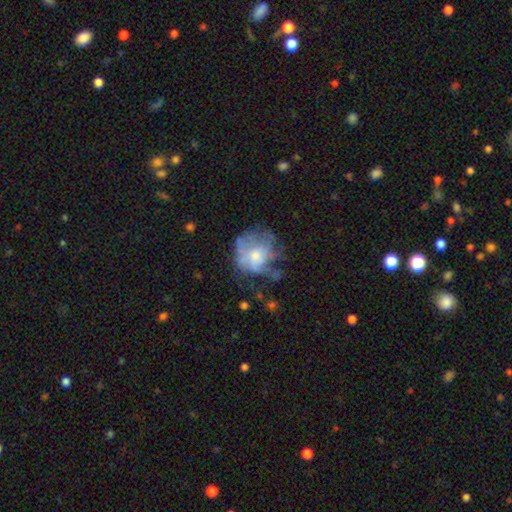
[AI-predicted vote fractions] Smooth or featured?
  - featured or disk: 48% *
  - smooth: 41%
  - star or artifact: 11%
Merging?
  - none: 44% *
  - major disturbance: 28%
  - minor disturbance: 24%
  - merger: 4%